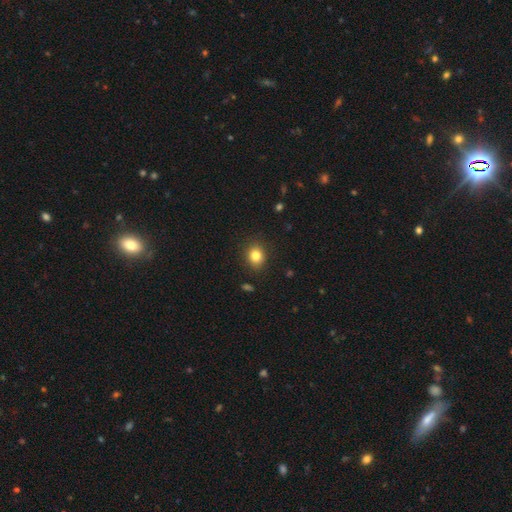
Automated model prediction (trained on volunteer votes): Smooth or featured?
  - smooth: 83% *
  - star or artifact: 11%
  - featured or disk: 7%
How rounded?
  - round: 64% *
  - in between: 35%
  - cigar-shaped: 1%
Merging?
  - none: 88% *
  - minor disturbance: 8%
  - major disturbance: 2%
  - merger: 1%